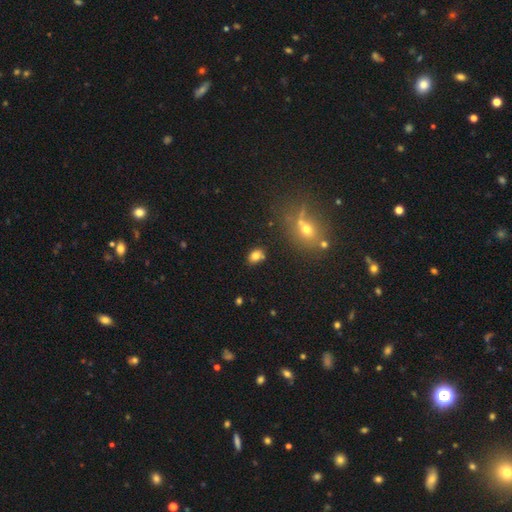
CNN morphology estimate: This appears to be a smooth galaxy with no disk features (78%) that is in between round and cigar-shaped (71%). Merging: none (72%).